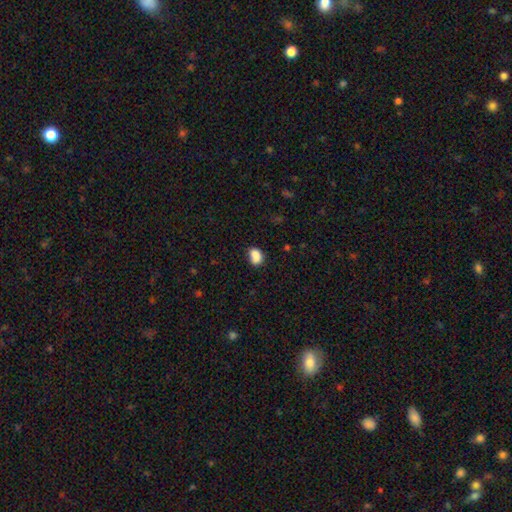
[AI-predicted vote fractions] Morphology: type=smooth (85%); roundness=in between (69%); merging=none (63%).